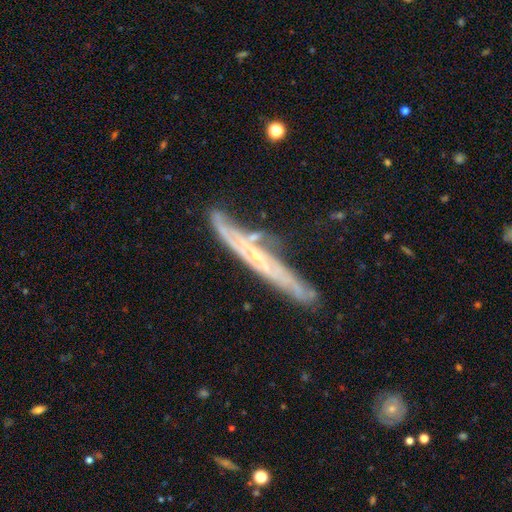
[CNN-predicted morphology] featured or disk 75%, smooth 18%, star or artifact 7%. Down the decision tree: edge-on disk — yes (74%); edge-on bulge — none (57%); merging — none (65%).